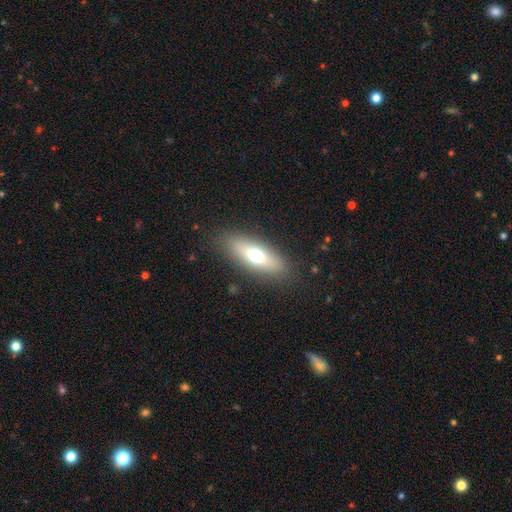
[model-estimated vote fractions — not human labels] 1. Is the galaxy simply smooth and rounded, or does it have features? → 63% smooth, 29% featured or disk, 8% star or artifact.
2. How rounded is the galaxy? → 62% in between, 34% cigar-shaped, 4% round.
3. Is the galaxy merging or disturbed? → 86% none, 10% minor disturbance, 4% major disturbance, 1% merger.